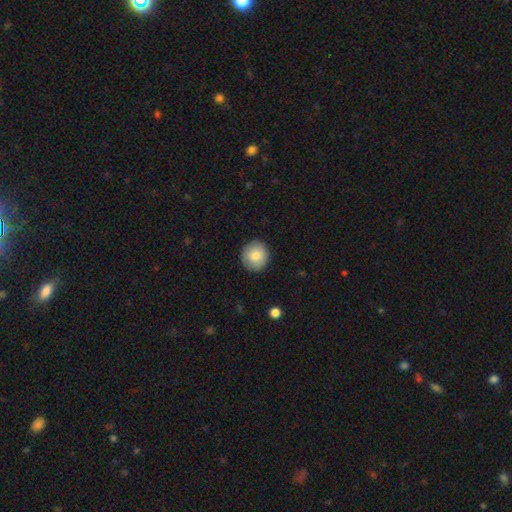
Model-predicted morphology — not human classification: smooth 81%, featured or disk 12%, star or artifact 7%. Down the decision tree: how rounded — round (91%); merging — none (89%).